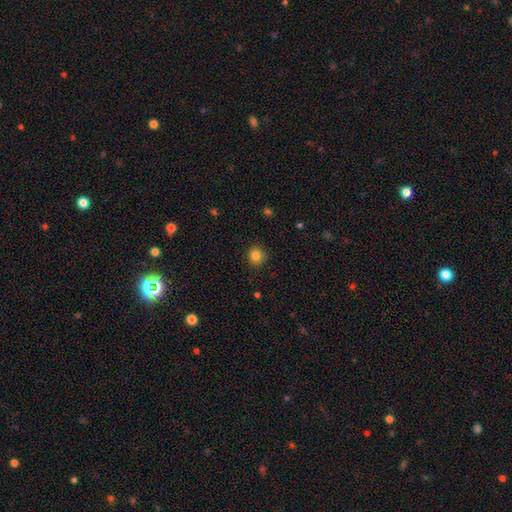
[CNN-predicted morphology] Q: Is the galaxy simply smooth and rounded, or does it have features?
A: smooth — 84%.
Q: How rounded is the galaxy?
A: round — 86%.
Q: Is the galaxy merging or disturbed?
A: none — 88%.